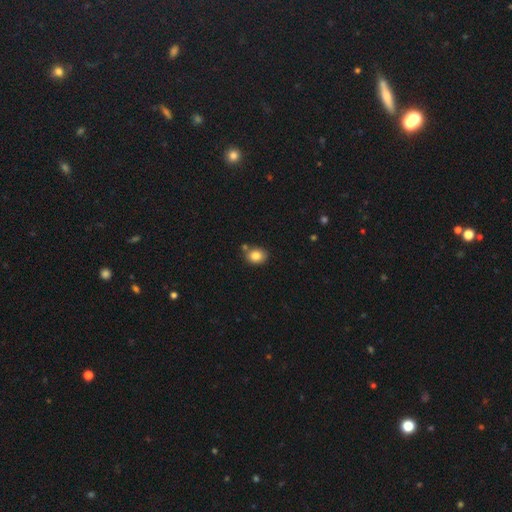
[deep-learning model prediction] smooth-or-featured: smooth: 83% | star or artifact: 9% | featured or disk: 7%
  how-rounded: round: 51% | in between: 48% | cigar-shaped: 1%
  merging: none: 71% | minor disturbance: 14% | merger: 13% | major disturbance: 3%